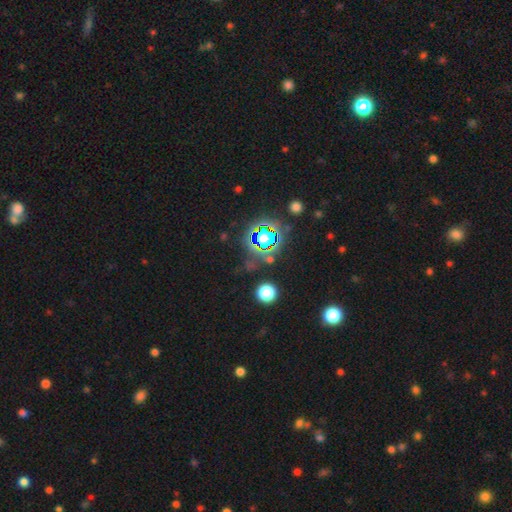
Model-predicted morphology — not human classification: smooth_or_featured: star or artifact (p=0.81) [alt: smooth p=0.12]